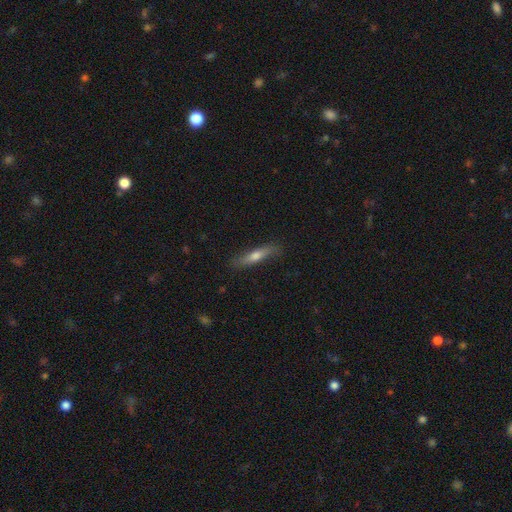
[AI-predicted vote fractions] This appears to be a smooth galaxy with no disk features (55%) that is cigar-shaped (85%). Merging: none (85%).